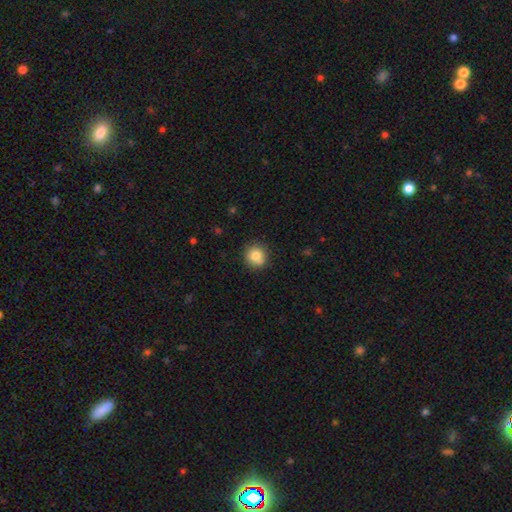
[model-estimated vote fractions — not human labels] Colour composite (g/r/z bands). It shows a smooth galaxy with no disk features (80%) that is round (91%). Merging: none (79%).